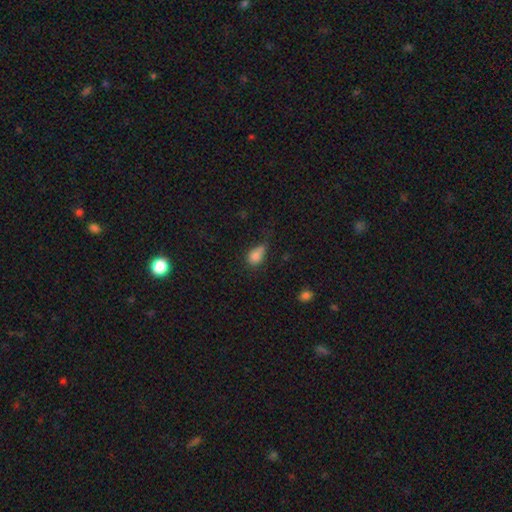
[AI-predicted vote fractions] A smooth galaxy with no disk features (81%) that is in between round and cigar-shaped (70%).

Vote fractions:
- Smooth or featured? smooth: 81% / star or artifact: 11% / featured or disk: 9%
- How rounded? in between: 70% / round: 27% / cigar-shaped: 3%
- Merging? minor disturbance: 40% / none: 34% / major disturbance: 20% / merger: 6%